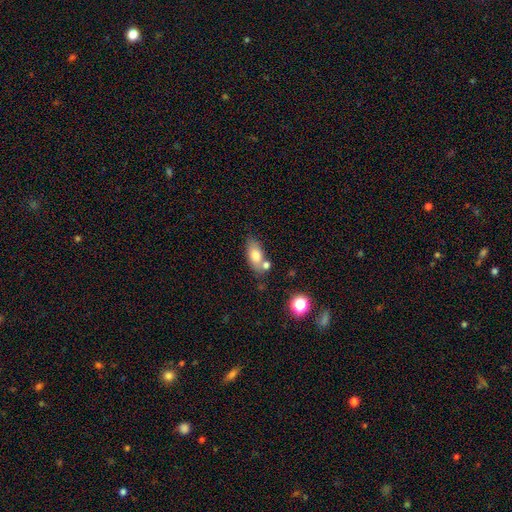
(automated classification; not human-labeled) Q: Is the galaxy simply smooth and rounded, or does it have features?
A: smooth — 74%.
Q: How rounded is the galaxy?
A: in between — 86%.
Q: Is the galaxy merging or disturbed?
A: none — 60%.